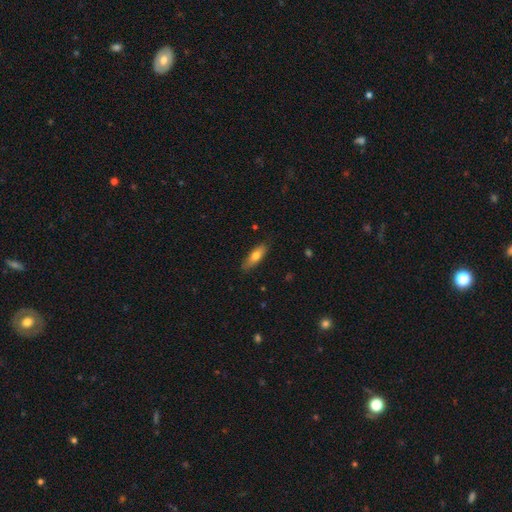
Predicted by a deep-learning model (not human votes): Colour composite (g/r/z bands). It shows a smooth galaxy with no disk features (70%) that is in between round and cigar-shaped (56%). Merging: none (83%).